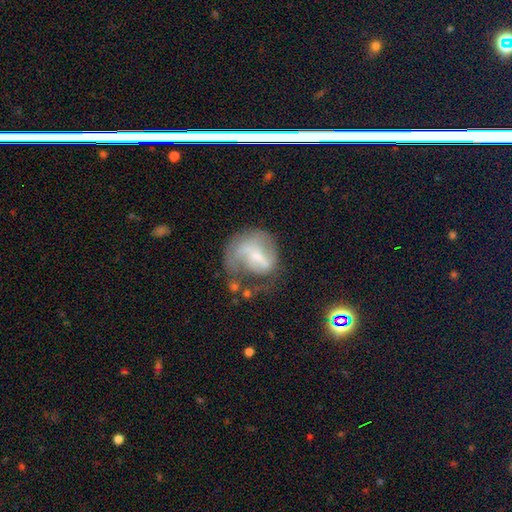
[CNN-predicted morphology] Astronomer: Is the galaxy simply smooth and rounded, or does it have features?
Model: featured or disk — 54% (runner-up: smooth, 37%).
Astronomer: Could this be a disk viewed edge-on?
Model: no — 97%.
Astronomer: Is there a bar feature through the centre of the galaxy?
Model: weak — 43% (runner-up: no, 39%).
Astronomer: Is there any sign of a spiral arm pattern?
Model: yes — 57% (runner-up: no, 43%).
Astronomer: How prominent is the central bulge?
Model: small — 40% (runner-up: moderate, 27%).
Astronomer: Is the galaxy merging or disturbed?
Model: major disturbance — 39% (runner-up: none, 32%).